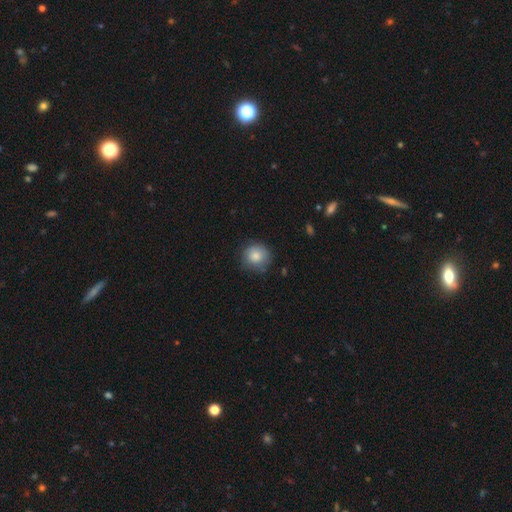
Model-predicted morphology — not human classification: Smooth or featured? Predicted: smooth (p=0.84). How rounded? Predicted: round (p=0.91). Merging? Predicted: none (p=0.80).